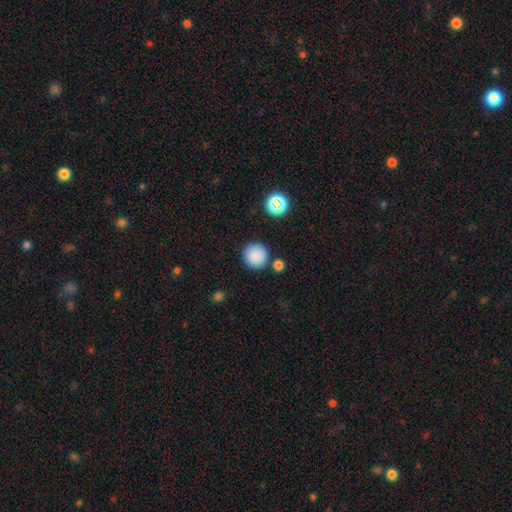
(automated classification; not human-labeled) Smooth or featured?
  - smooth: 85% *
  - star or artifact: 11%
  - featured or disk: 4%
How rounded?
  - round: 95% *
  - in between: 4%
  - cigar-shaped: 1%
Merging?
  - none: 84% *
  - minor disturbance: 8%
  - merger: 6%
  - major disturbance: 3%